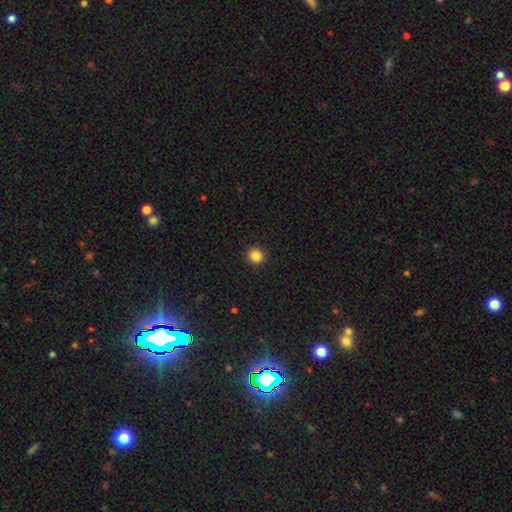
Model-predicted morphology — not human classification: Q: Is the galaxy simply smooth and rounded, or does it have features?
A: smooth — 86%.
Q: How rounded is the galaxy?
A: round — 91%.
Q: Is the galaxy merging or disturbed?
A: none — 92%.